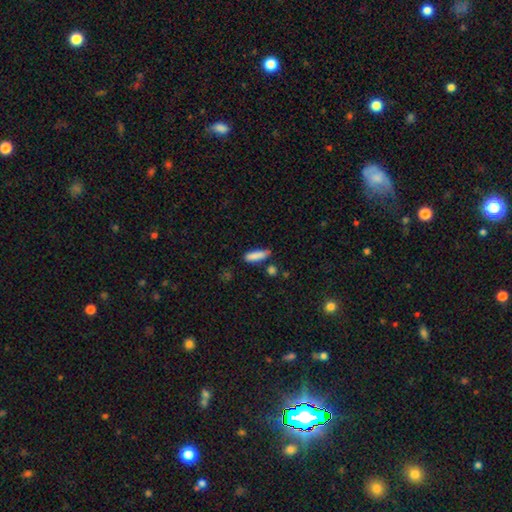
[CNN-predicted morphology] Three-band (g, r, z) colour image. It shows a smooth galaxy with no disk features (85%) that is cigar-shaped (63%). Merging: none (68%).